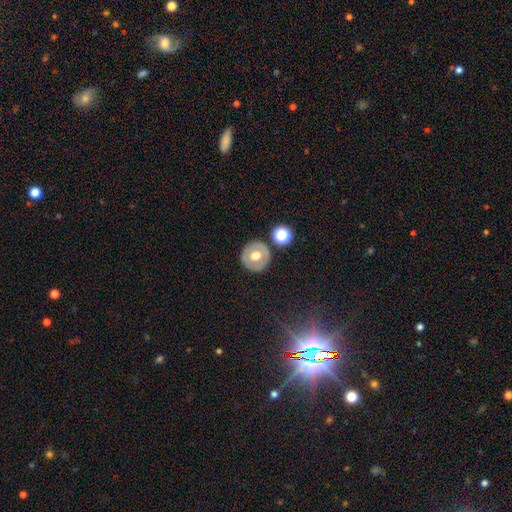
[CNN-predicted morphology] Smooth or featured? Predicted: smooth (p=0.52). How rounded? Predicted: round (p=0.92). Merging? Predicted: none (p=0.83).